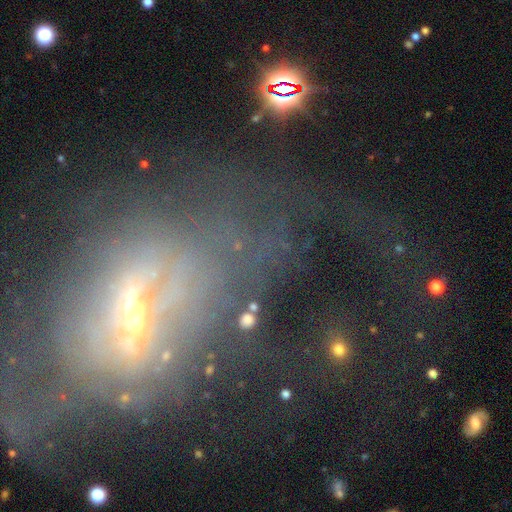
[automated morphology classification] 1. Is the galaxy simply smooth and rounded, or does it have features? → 61% featured or disk, 20% star or artifact, 19% smooth.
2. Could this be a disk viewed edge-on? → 73% no, 27% yes.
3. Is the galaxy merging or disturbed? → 51% major disturbance, 29% none, 13% minor disturbance, 7% merger.